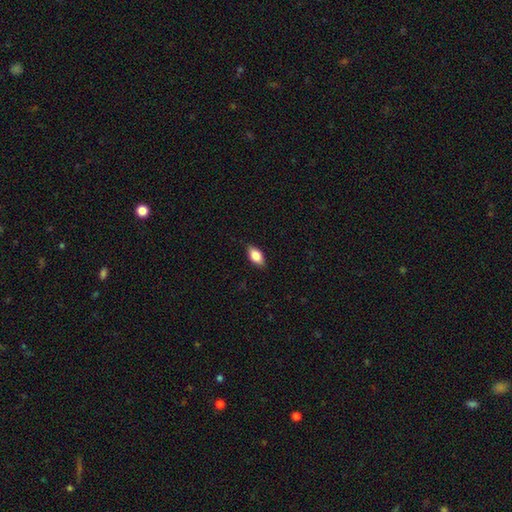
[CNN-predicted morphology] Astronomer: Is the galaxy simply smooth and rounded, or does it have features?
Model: smooth — 82%.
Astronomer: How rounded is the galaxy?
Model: in between — 90%.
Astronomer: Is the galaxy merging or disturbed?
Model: none — 85%.